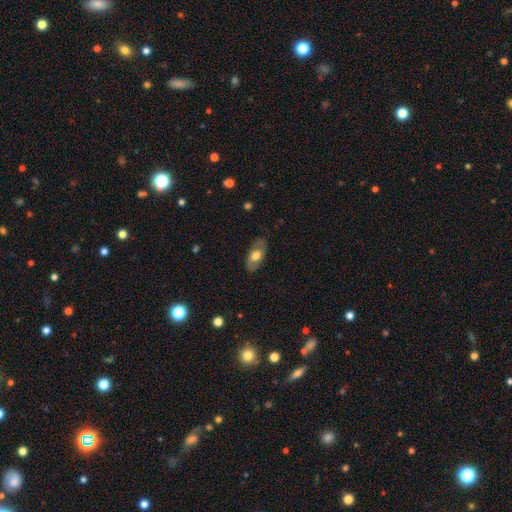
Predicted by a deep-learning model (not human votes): This is possibly a smooth galaxy (58%). How rounded: clearly in between (90%). Merging: clearly none (81%).